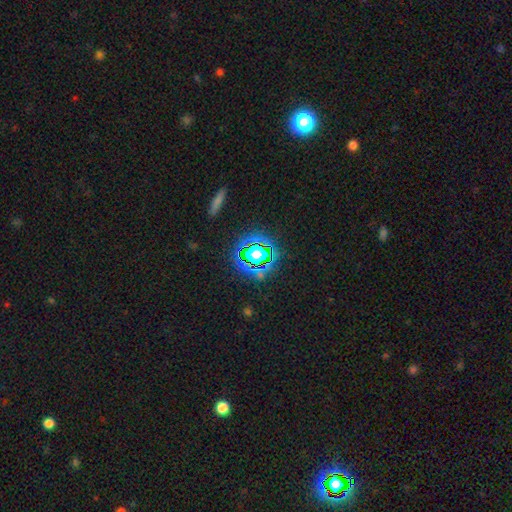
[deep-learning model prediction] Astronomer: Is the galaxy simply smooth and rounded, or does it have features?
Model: star or artifact — 71%.